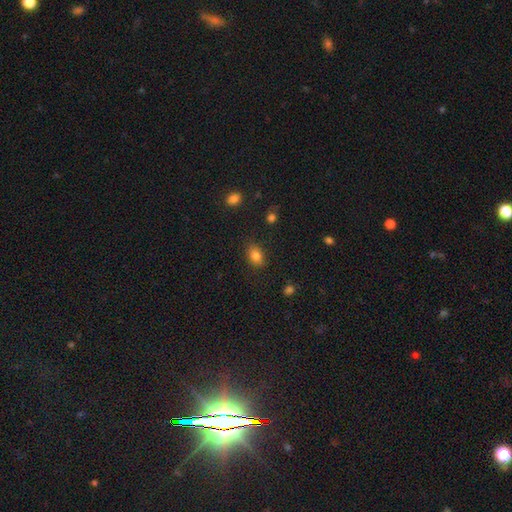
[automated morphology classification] smooth_or_featured: smooth (p=0.82) [alt: star or artifact p=0.11]
how_rounded: in between (p=0.70) [alt: round p=0.28]
merging: none (p=0.82) [alt: minor disturbance p=0.13]